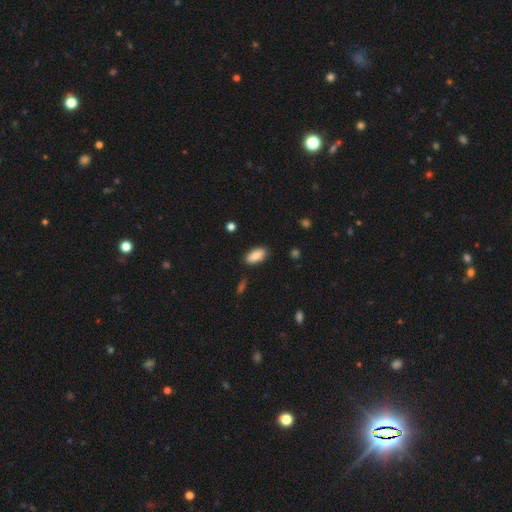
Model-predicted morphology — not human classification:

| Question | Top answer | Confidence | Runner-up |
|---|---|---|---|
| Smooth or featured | smooth | 84% | featured or disk (9%) |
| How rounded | in between | 91% | cigar-shaped (7%) |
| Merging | none | 85% | minor disturbance (11%) |